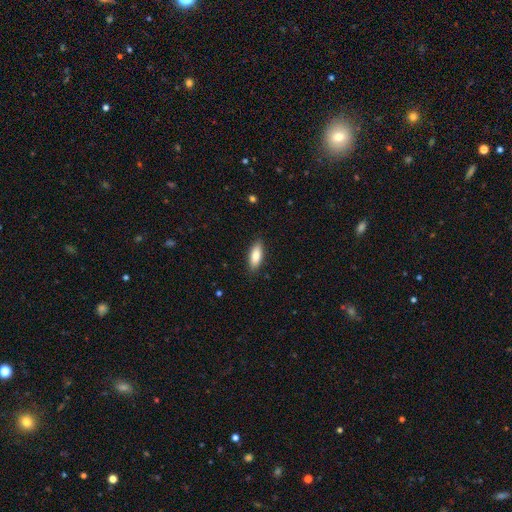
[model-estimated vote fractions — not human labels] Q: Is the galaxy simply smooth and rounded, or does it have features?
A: smooth — 83%.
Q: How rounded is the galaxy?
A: in between — 72%.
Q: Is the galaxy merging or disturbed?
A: none — 88%.